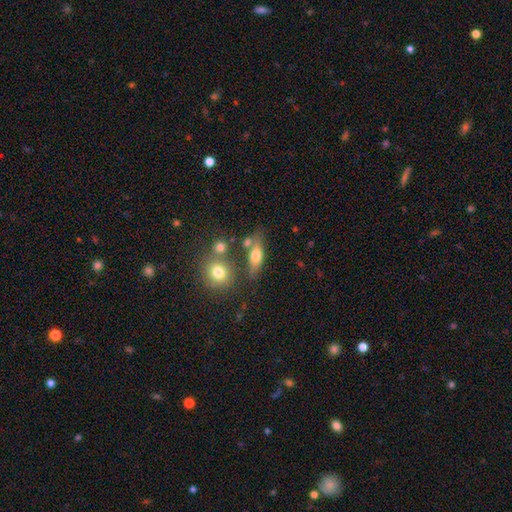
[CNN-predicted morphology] Smooth or featured: smooth — 68% (featured or disk — 21%)
How rounded: in between — 64% (cigar-shaped — 22%)
Merging: none — 61% (merger — 17%)